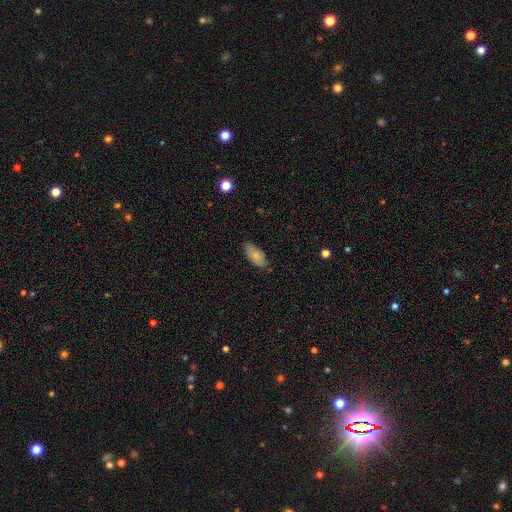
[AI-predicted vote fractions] smooth-or-featured: smooth: 76% | featured or disk: 17% | star or artifact: 7%
  how-rounded: in between: 90% | cigar-shaped: 7% | round: 2%
  merging: none: 78% | minor disturbance: 18% | major disturbance: 3% | merger: 1%